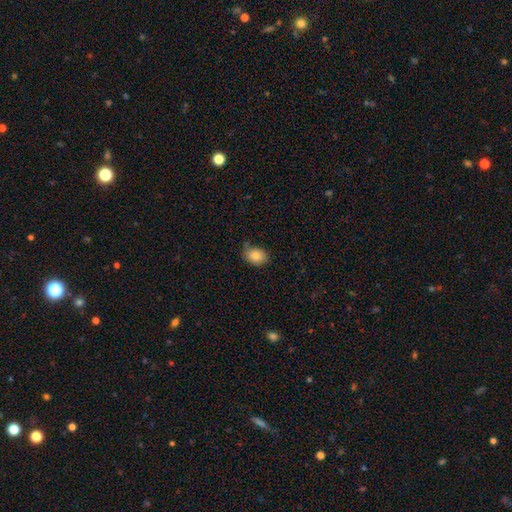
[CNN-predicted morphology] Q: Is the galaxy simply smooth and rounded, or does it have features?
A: smooth — 84%.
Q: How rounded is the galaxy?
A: in between — 72%.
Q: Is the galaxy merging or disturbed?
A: none — 66%.